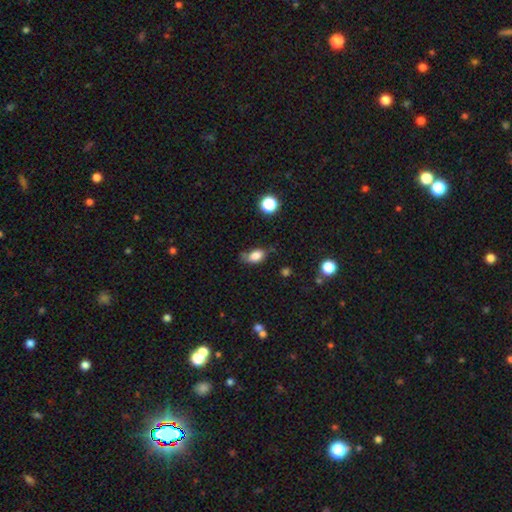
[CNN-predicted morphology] Smooth or featured? smooth (81%)
How rounded? in between (86%)
Merging? none (56%)